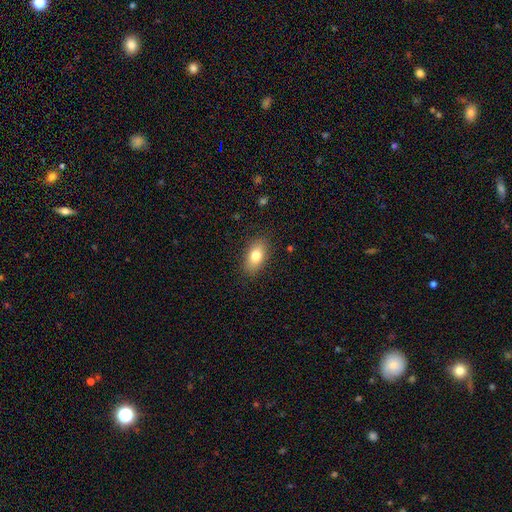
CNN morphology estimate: smooth-or-featured: smooth: 79% | featured or disk: 13% | star or artifact: 8%
  how-rounded: in between: 89% | round: 7% | cigar-shaped: 5%
  merging: none: 86% | minor disturbance: 10% | major disturbance: 3% | merger: 1%